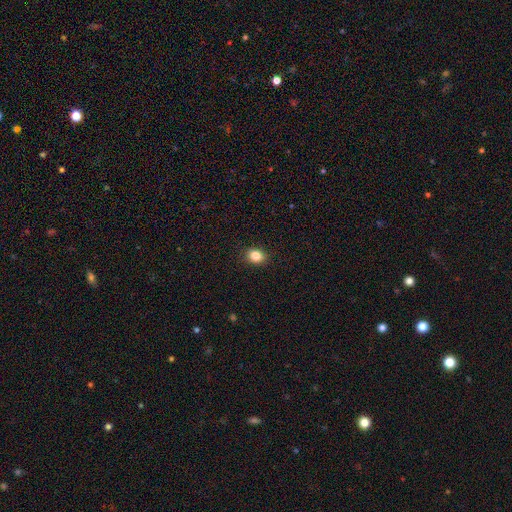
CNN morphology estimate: Smooth or featured? Predicted: smooth (p=0.85). How rounded? Predicted: in between (p=0.50). Merging? Predicted: none (p=0.90).